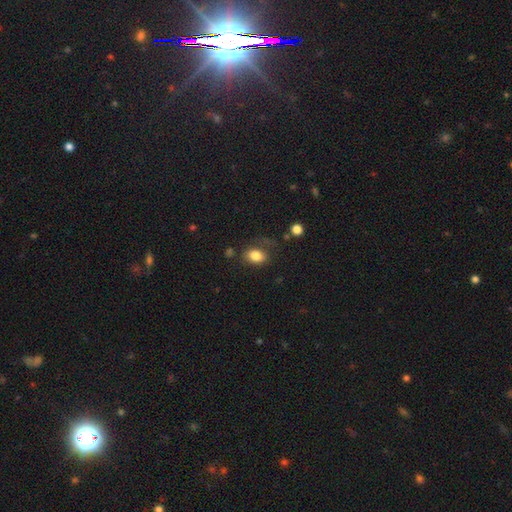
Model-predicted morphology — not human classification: Overall: smooth (83%). How rounded: in between (75%). Merging: none (69%).